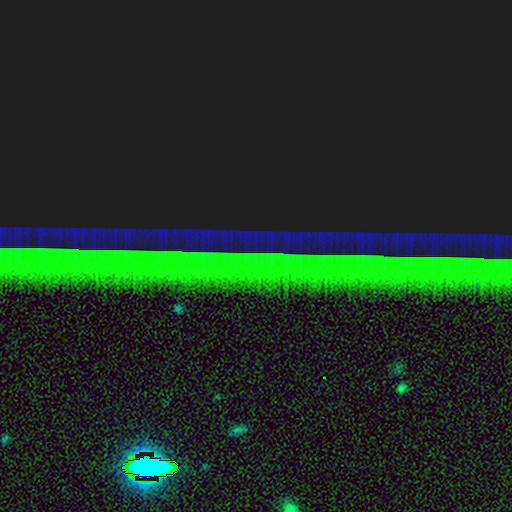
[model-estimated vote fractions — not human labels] Smooth or featured? star or artifact (87%)